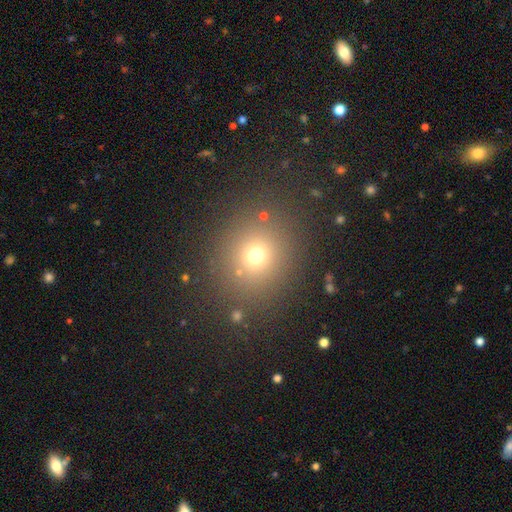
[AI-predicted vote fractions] A smooth galaxy with no disk features (68%) that is round (85%). Merging: none (84%).